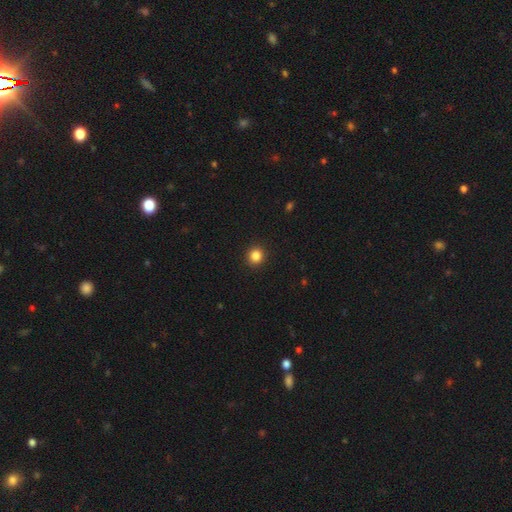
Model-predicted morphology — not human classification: smooth-or-featured: smooth: 85% | star or artifact: 11% | featured or disk: 4%
  how-rounded: round: 92% | in between: 7% | cigar-shaped: 1%
  merging: none: 93% | minor disturbance: 5% | major disturbance: 2% | merger: 1%